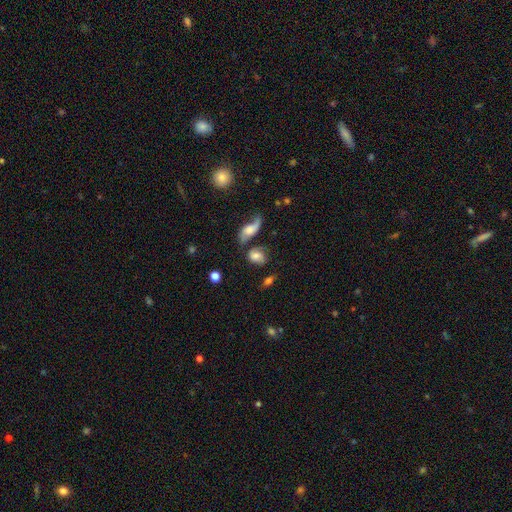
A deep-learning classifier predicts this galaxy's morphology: Q: Smooth or featured?
A: smooth (51%); runner-up: featured or disk (38%)
Q: How rounded?
A: in between (67%); runner-up: round (30%)
Q: Merging?
A: none (47%); runner-up: merger (23%)